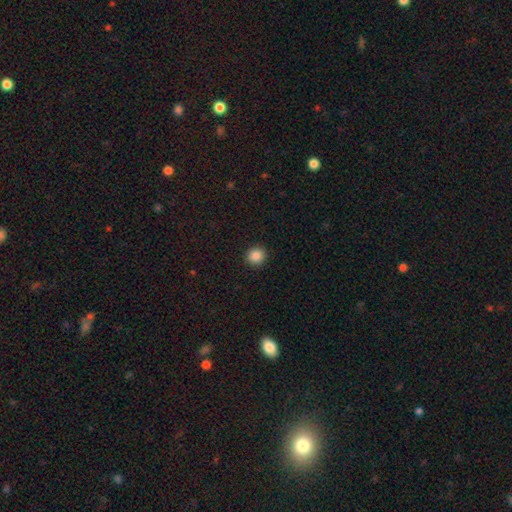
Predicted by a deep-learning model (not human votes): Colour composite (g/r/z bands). It shows a smooth galaxy with no disk features (87%) that is round (89%). Merging: none (92%).